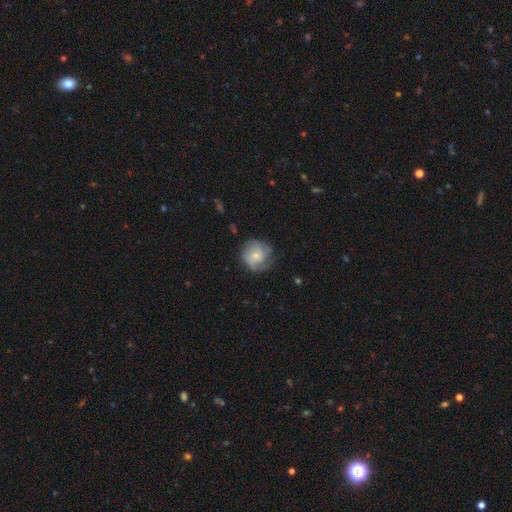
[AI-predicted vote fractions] This is possibly a smooth galaxy (48%). Merging: likely none (67%).